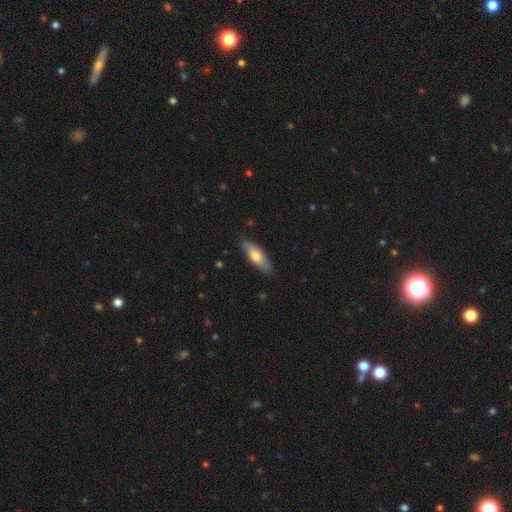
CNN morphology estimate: Smooth or featured?
  - smooth: 65% *
  - featured or disk: 30%
  - star or artifact: 5%
How rounded?
  - in between: 57% *
  - cigar-shaped: 41%
  - round: 2%
Merging?
  - none: 83% *
  - minor disturbance: 14%
  - major disturbance: 2%
  - merger: 1%